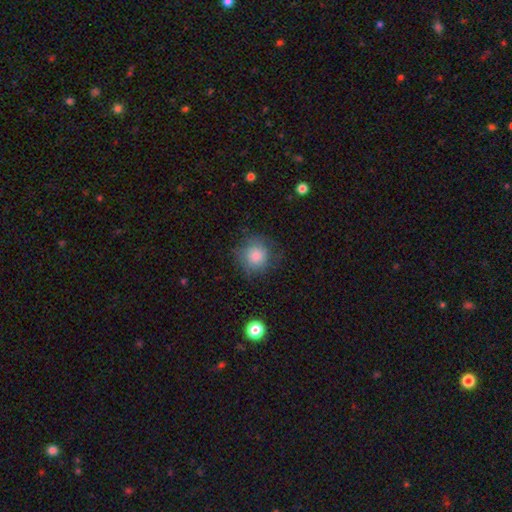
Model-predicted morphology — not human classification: Smooth or featured? Predicted: smooth (p=0.81). How rounded? Predicted: round (p=0.91). Merging? Predicted: none (p=0.74).